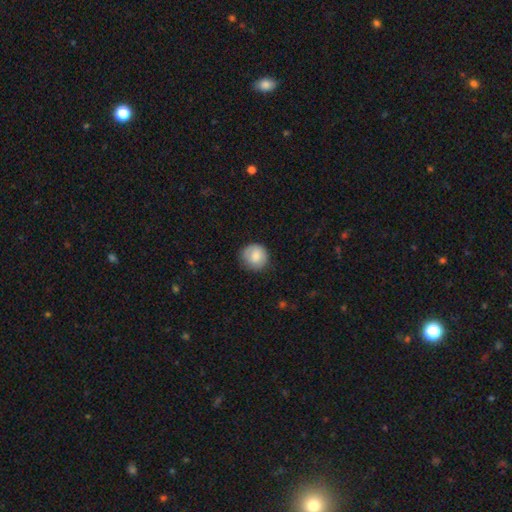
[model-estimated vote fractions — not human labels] A smooth galaxy with no disk features (83%) that is round (91%). Merging: none (80%).